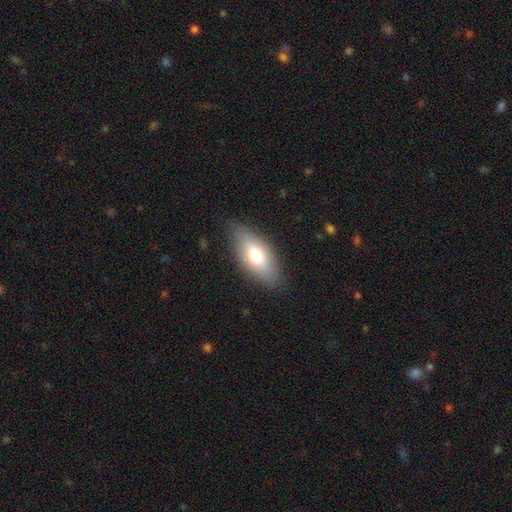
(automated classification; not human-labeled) Smooth or featured? smooth (73%)
How rounded? in between (87%)
Merging? none (82%)